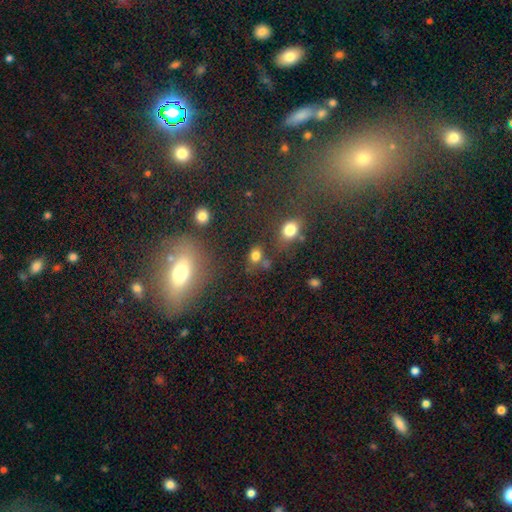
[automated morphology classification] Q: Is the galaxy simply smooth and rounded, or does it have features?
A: smooth — 77%.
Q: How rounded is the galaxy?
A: in between — 57%.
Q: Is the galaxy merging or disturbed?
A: none — 65%.